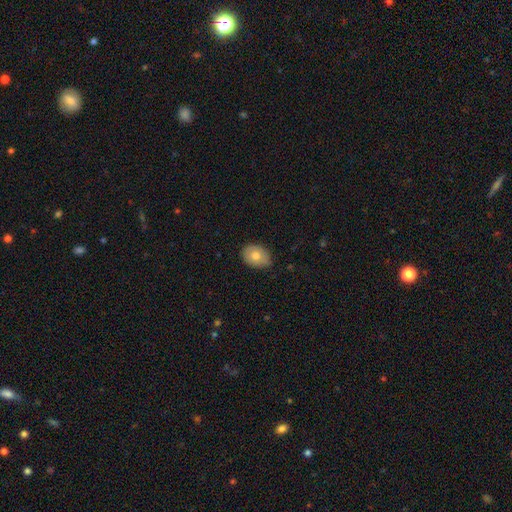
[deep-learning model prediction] Smooth or featured? Predicted: smooth (p=0.75). How rounded? Predicted: in between (p=0.71). Merging? Predicted: none (p=0.79).